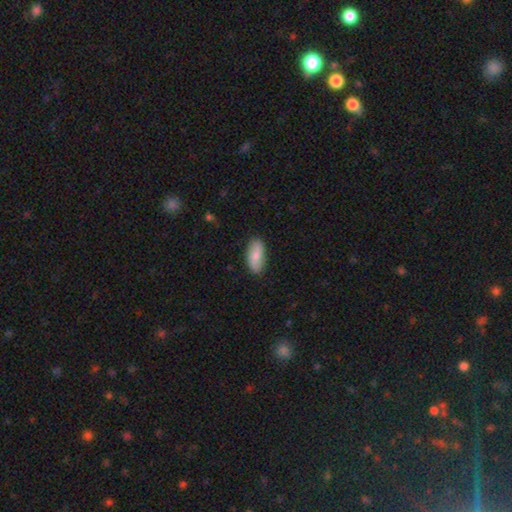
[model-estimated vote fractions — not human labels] smooth_or_featured: smooth (p=0.78) [alt: featured or disk p=0.16]
how_rounded: in between (p=0.89) [alt: cigar-shaped p=0.09]
merging: none (p=0.85) [alt: minor disturbance p=0.12]